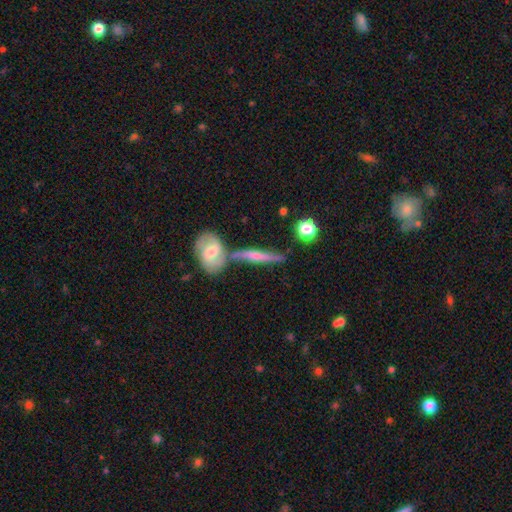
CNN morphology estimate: Overall: featured or disk (57%; smooth 36%). Edge-on disk: yes (85%). Merging: none (59%; merger 22%).